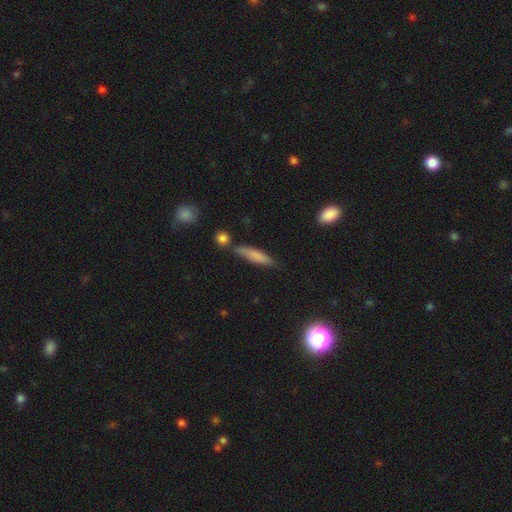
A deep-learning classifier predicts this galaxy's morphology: Smooth or featured? smooth (77%)
How rounded? cigar-shaped (78%)
Merging? none (71%)